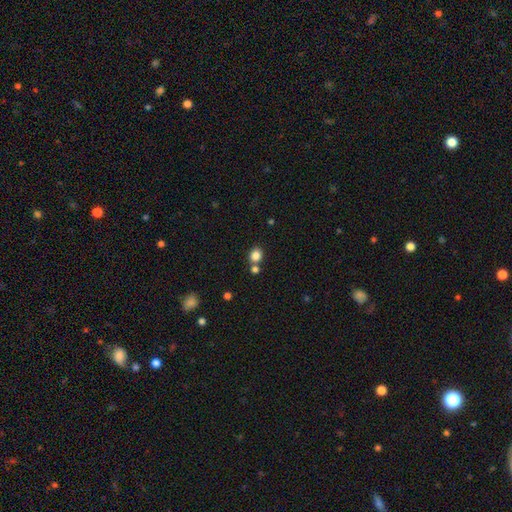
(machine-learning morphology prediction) Overall: smooth (83%). How rounded: round (71%). Merging: none (66%).